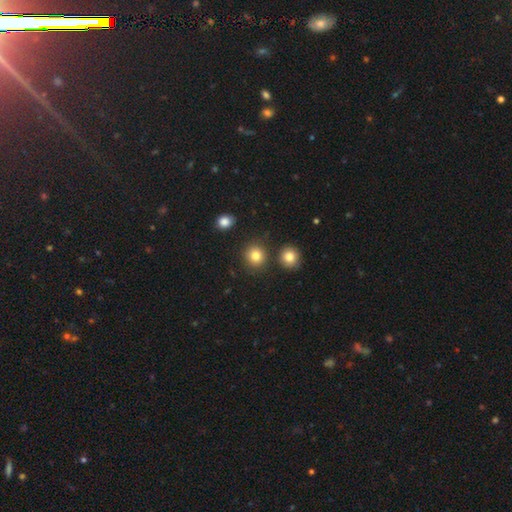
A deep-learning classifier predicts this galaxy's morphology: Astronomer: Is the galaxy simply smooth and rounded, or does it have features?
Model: smooth — 83%.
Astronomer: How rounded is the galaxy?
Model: round — 89%.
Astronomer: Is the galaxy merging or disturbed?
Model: none — 85%.